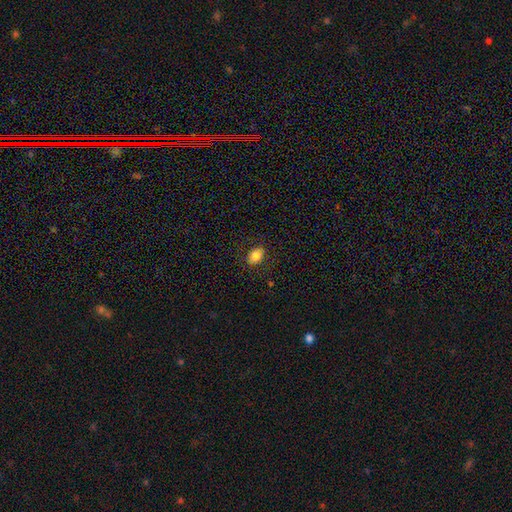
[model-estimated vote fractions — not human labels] Smooth or featured? Predicted: smooth (p=0.84). How rounded? Predicted: in between (p=0.81). Merging? Predicted: none (p=0.84).